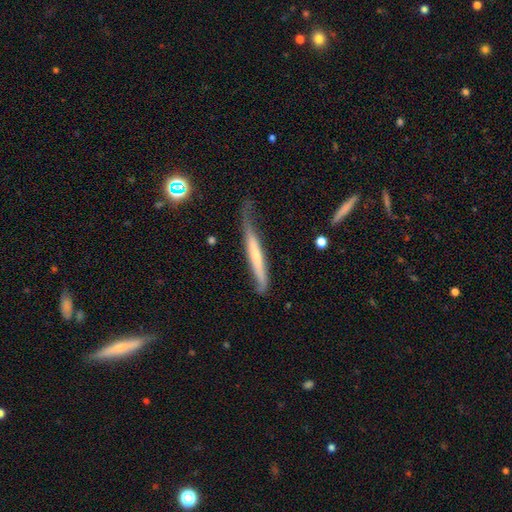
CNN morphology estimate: smooth_or_featured: featured or disk (p=0.49) [alt: smooth p=0.45]
merging: none (p=0.42) [alt: minor disturbance p=0.37]